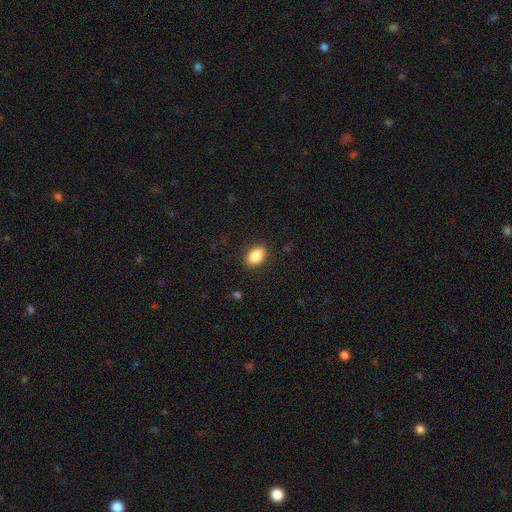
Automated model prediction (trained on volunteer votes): Q: Smooth or featured?
A: smooth (86%); runner-up: star or artifact (8%)
Q: How rounded?
A: in between (87%); runner-up: round (11%)
Q: Merging?
A: none (89%); runner-up: minor disturbance (8%)